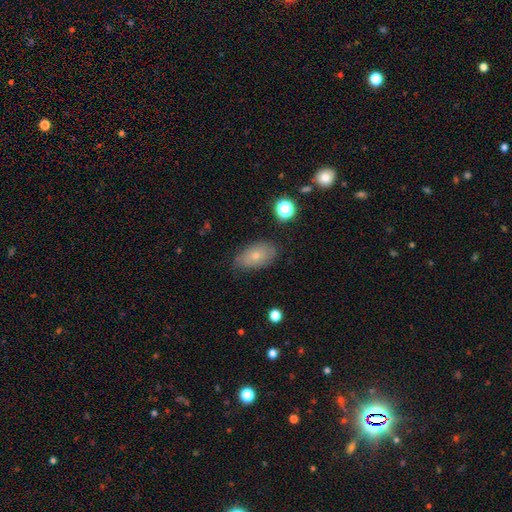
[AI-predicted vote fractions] Overall: smooth (65%; featured or disk 25%). How rounded: in between (91%). Merging: none (75%).